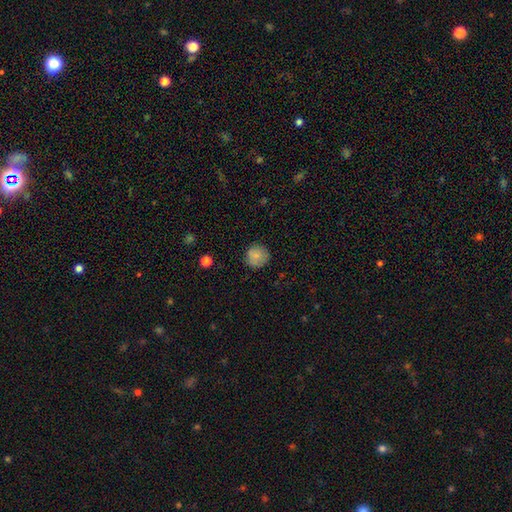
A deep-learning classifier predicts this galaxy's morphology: A smooth galaxy with no disk features (82%) that is round (92%).

Vote fractions:
- Smooth or featured? smooth: 82% / featured or disk: 9% / star or artifact: 9%
- How rounded? round: 92% / in between: 7% / cigar-shaped: 1%
- Merging? none: 82% / minor disturbance: 14% / major disturbance: 3% / merger: 1%